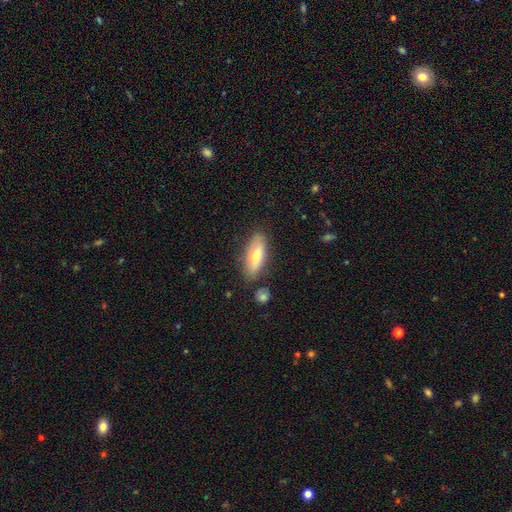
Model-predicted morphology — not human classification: This appears to be a smooth galaxy with no disk features (67%) that is in between round and cigar-shaped (68%). Merging: none (79%).